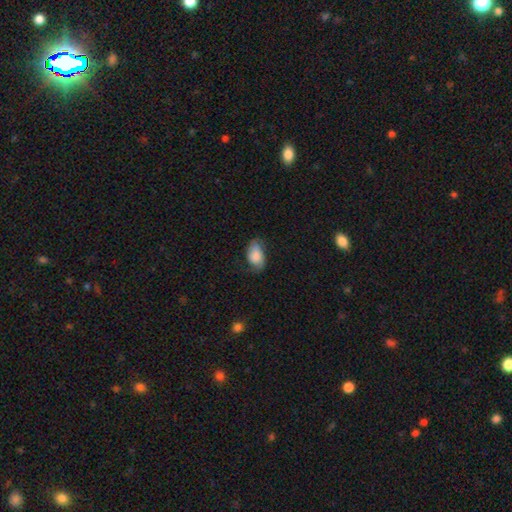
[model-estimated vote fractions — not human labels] Smooth or featured?
  - smooth: 76% *
  - featured or disk: 17%
  - star or artifact: 7%
How rounded?
  - in between: 91% *
  - round: 7%
  - cigar-shaped: 2%
Merging?
  - none: 53% *
  - minor disturbance: 32%
  - major disturbance: 13%
  - merger: 1%